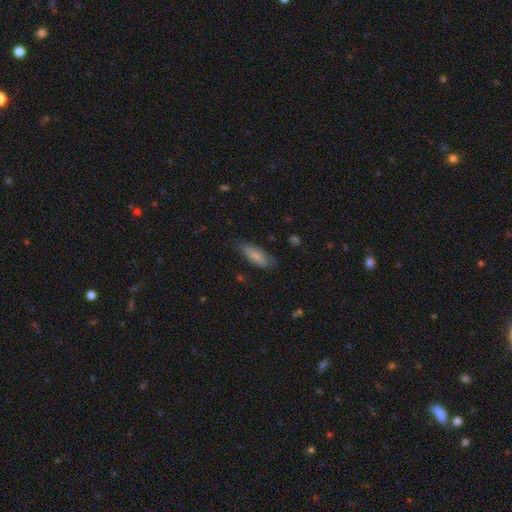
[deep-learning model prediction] Q: Smooth or featured?
A: smooth (75%); runner-up: featured or disk (19%)
Q: How rounded?
A: in between (68%); runner-up: cigar-shaped (30%)
Q: Merging?
A: none (70%); runner-up: minor disturbance (23%)